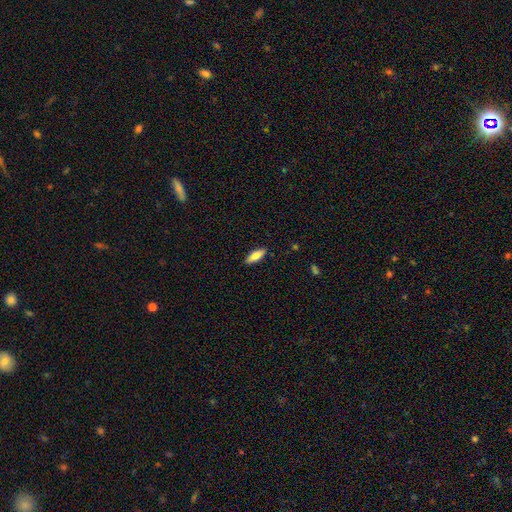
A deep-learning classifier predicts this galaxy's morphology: Q: Smooth or featured?
A: smooth (84%); runner-up: featured or disk (10%)
Q: How rounded?
A: in between (67%); runner-up: cigar-shaped (31%)
Q: Merging?
A: none (88%); runner-up: minor disturbance (9%)